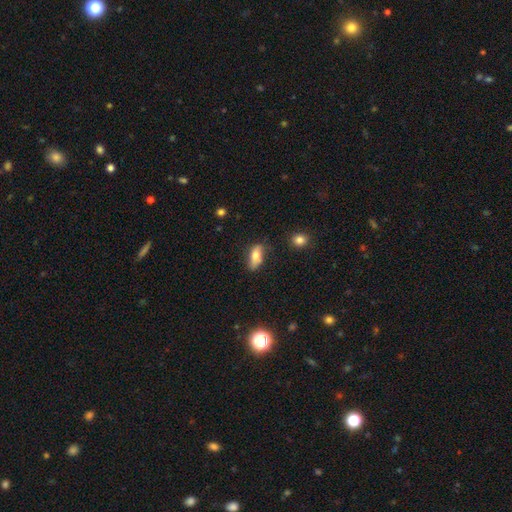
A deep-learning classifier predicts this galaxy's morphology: smooth-or-featured: smooth: 72% | featured or disk: 20% | star or artifact: 8%
  how-rounded: in between: 81% | cigar-shaped: 15% | round: 4%
  merging: none: 68% | minor disturbance: 24% | major disturbance: 6% | merger: 3%